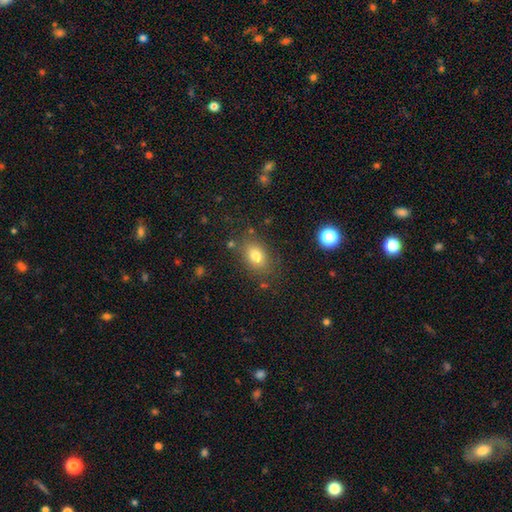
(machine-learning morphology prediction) type=smooth (79%); roundness=in between (74%); merging=none (78%).